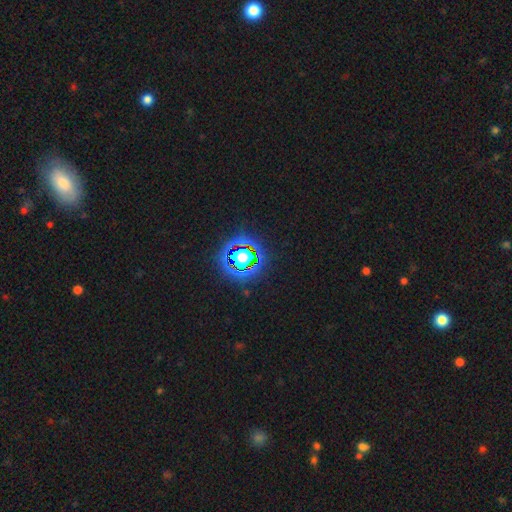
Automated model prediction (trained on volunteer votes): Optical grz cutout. It shows a star or artifact, not a galaxy (80%).